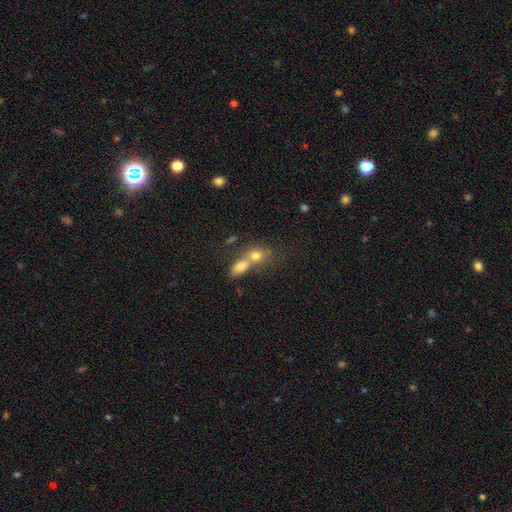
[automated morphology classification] Q: Smooth or featured?
A: smooth (75%); runner-up: featured or disk (14%)
Q: How rounded?
A: in between (49%); runner-up: round (47%)
Q: Merging?
A: merger (66%); runner-up: none (24%)